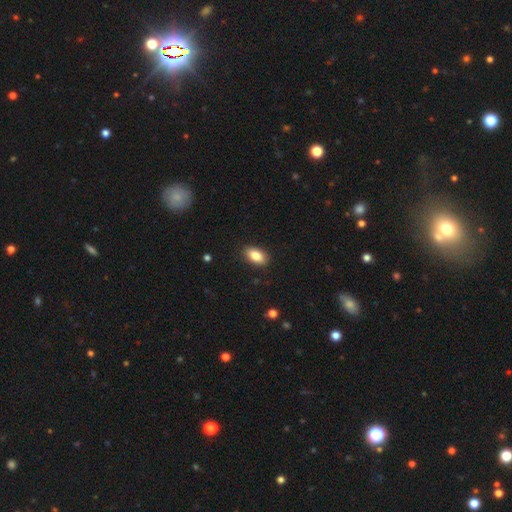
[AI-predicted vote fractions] Smooth or featured?
  - smooth: 85% *
  - featured or disk: 8%
  - star or artifact: 7%
How rounded?
  - in between: 91% *
  - round: 6%
  - cigar-shaped: 3%
Merging?
  - none: 88% *
  - minor disturbance: 9%
  - major disturbance: 2%
  - merger: 1%